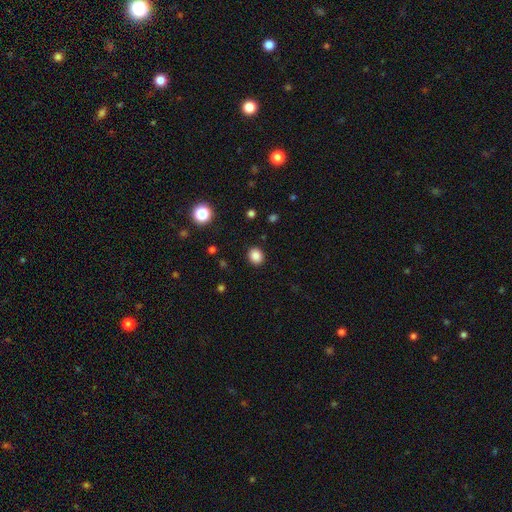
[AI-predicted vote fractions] A smooth galaxy with no disk features (85%) that is round (70%).

Vote fractions:
- Smooth or featured? smooth: 85% / star or artifact: 11% / featured or disk: 4%
- How rounded? round: 70% / in between: 30% / cigar-shaped: 1%
- Merging? none: 90% / minor disturbance: 6% / major disturbance: 2% / merger: 1%